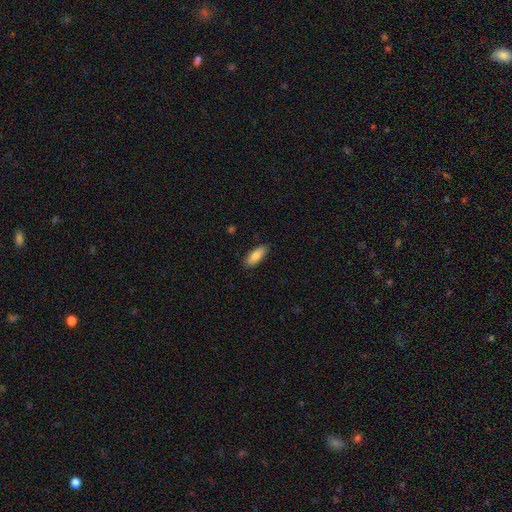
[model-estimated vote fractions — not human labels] This is clearly a smooth galaxy (82%). How rounded: likely in between (74%). Merging: clearly none (87%).